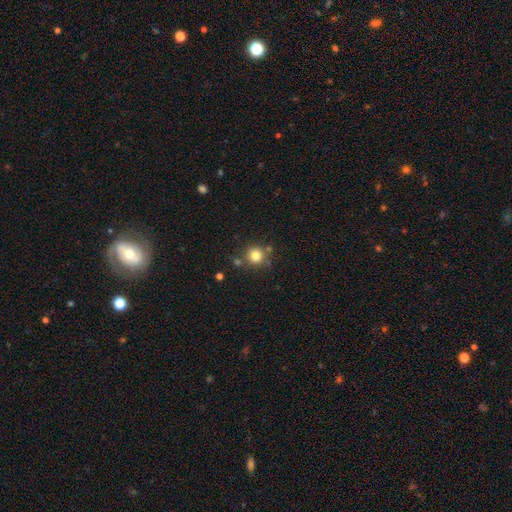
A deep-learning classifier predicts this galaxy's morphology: Smooth or featured? smooth (80%)
How rounded? round (92%)
Merging? none (76%)